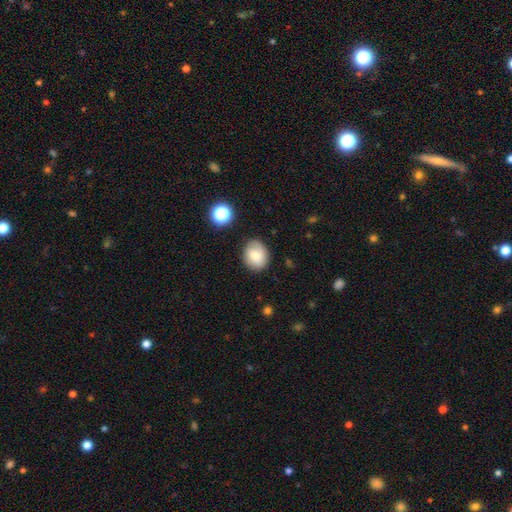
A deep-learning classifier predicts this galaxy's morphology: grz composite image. It shows a smooth galaxy with no disk features (69%) that is round (59%). Merging: none (75%).